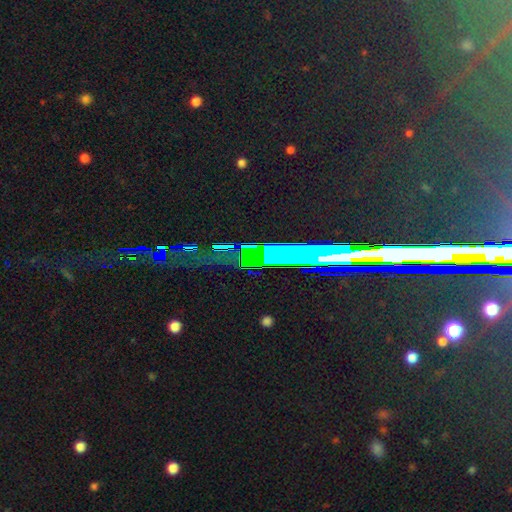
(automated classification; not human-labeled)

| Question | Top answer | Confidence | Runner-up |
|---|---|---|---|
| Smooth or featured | star or artifact | 81% | featured or disk (11%) |